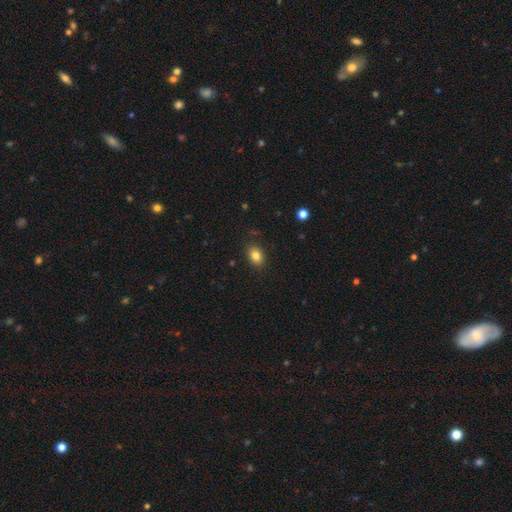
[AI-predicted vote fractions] Overall: smooth (83%). How rounded: in between (66%; round 33%). Merging: none (86%).